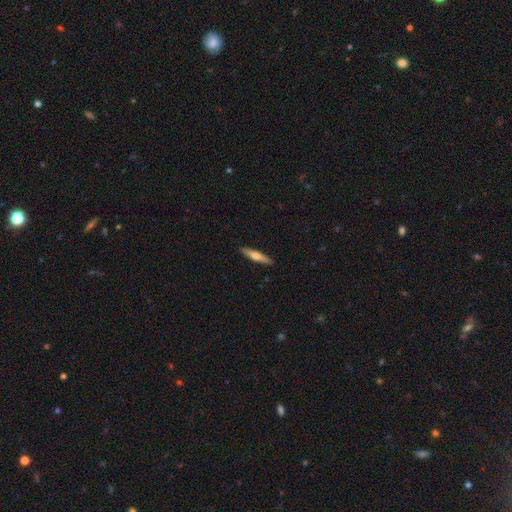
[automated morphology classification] Smooth or featured: smooth — 54% (featured or disk — 40%)
How rounded: cigar-shaped — 89% (in between — 10%)
Merging: none — 91% (minor disturbance — 7%)